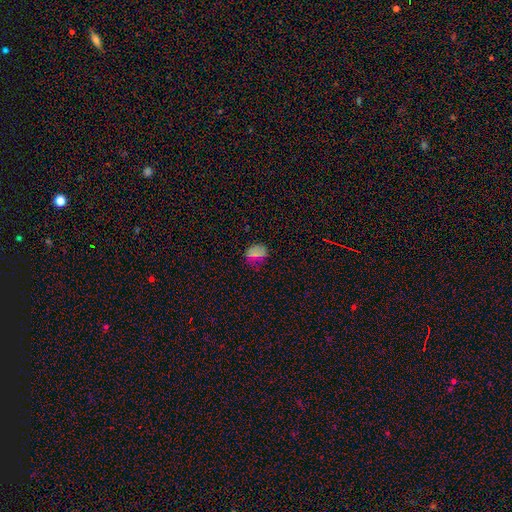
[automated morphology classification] Smooth or featured? Predicted: smooth (p=0.62). How rounded? Predicted: round (p=0.61). Merging? Predicted: none (p=0.80).